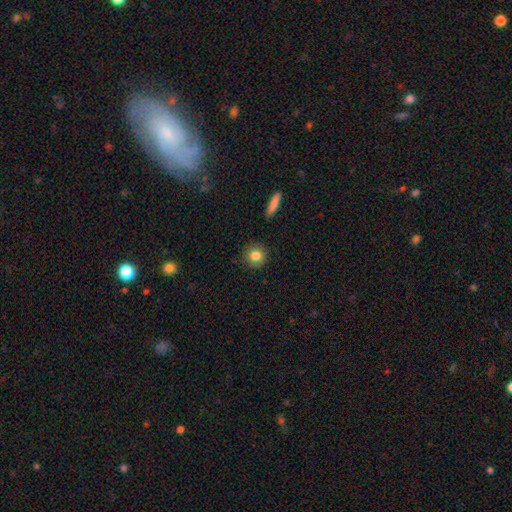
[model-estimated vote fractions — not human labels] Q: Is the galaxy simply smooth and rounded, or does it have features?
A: smooth — 83%.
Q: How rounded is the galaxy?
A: round — 90%.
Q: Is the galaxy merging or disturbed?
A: none — 88%.